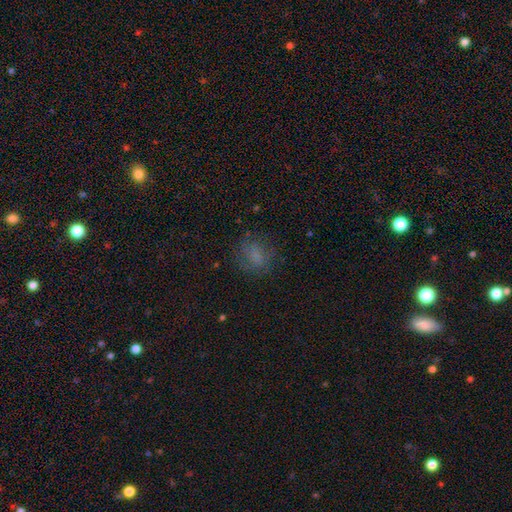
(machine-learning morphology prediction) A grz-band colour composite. It shows a smooth galaxy with no disk features (68%) that is round (59%). Merging: none (72%).